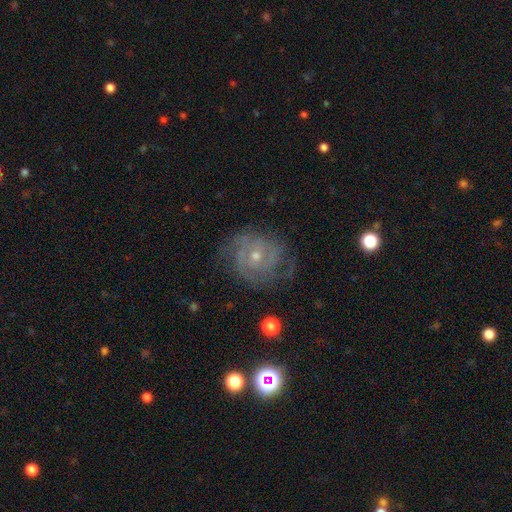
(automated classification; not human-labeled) A featured or disk galaxy (79%) with no bar (75%), tight (60%) spiral arms (88%) and a small central bulge (50%).

Vote fractions:
- Smooth or featured? featured or disk: 79% / smooth: 13% / star or artifact: 8%
- Edge-on disk? no: 97% / yes: 3%
- Bar? no: 75% / weak: 21% / strong: 4%
- Spiral arms? yes: 88% / no: 12%
- Spiral winding? tight: 60% / medium: 31% / loose: 10%
- Spiral arm count? can't tell: 38% / 2: 25% / 3: 20% / 4: 7% / 1: 5% / more than 4: 5%
- Bulge size? small: 50% / moderate: 47% / large: 1% / none: 1% / dominant: 1%
- Merging? none: 63% / minor disturbance: 22% / major disturbance: 14% / merger: 2%